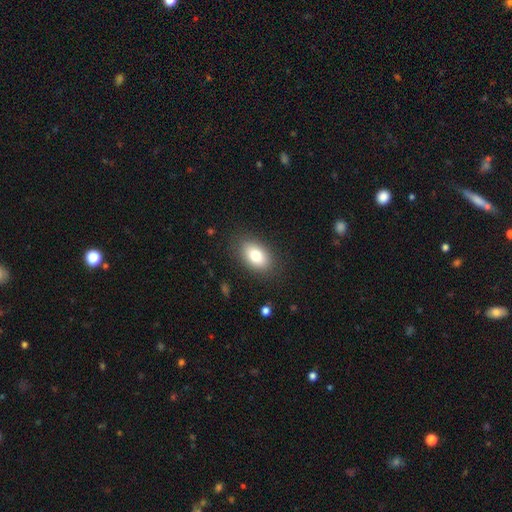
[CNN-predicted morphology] Smooth or featured?
  - smooth: 79% *
  - featured or disk: 13%
  - star or artifact: 9%
How rounded?
  - in between: 88% *
  - round: 11%
  - cigar-shaped: 2%
Merging?
  - none: 86% *
  - minor disturbance: 10%
  - major disturbance: 3%
  - merger: 1%